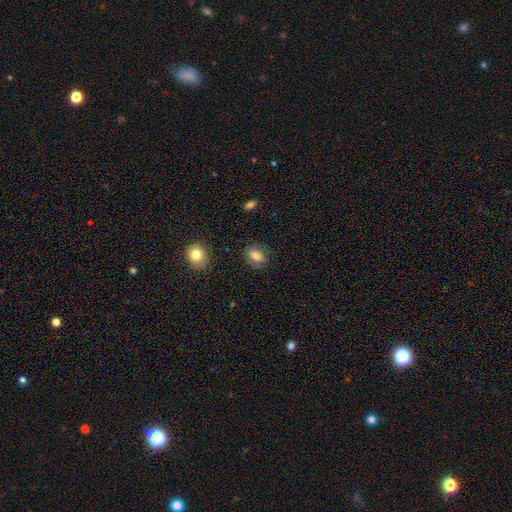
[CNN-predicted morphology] smooth 79%, featured or disk 12%, star or artifact 10%. Down the decision tree: how rounded — in between (74%); merging — none (75%).